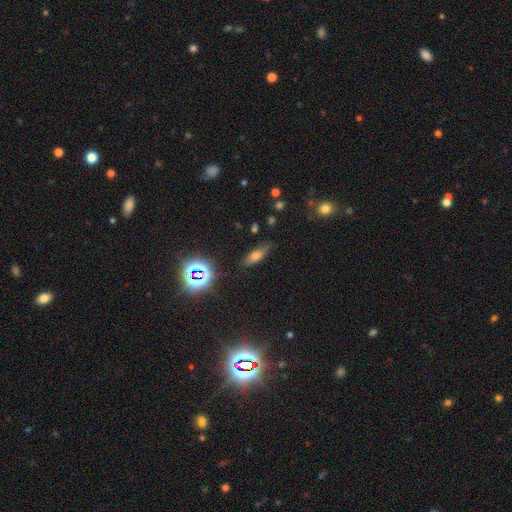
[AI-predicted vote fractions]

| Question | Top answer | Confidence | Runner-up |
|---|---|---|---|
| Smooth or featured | smooth | 63% | star or artifact (19%) |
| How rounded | in between | 64% | cigar-shaped (30%) |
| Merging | none | 74% | minor disturbance (19%) |